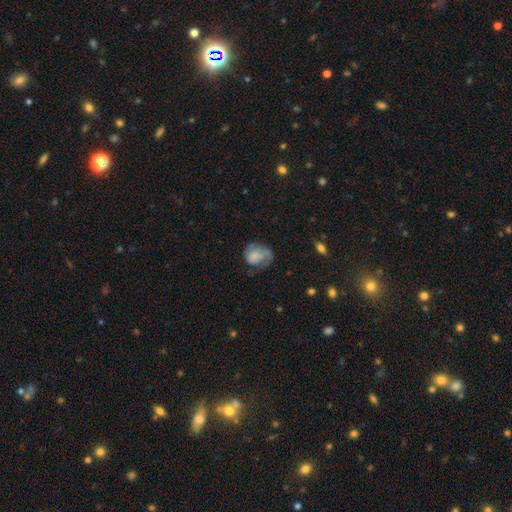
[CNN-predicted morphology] Smooth or featured? Predicted: smooth (p=0.51). How rounded? Predicted: round (p=0.55). Merging? Predicted: none (p=0.39).